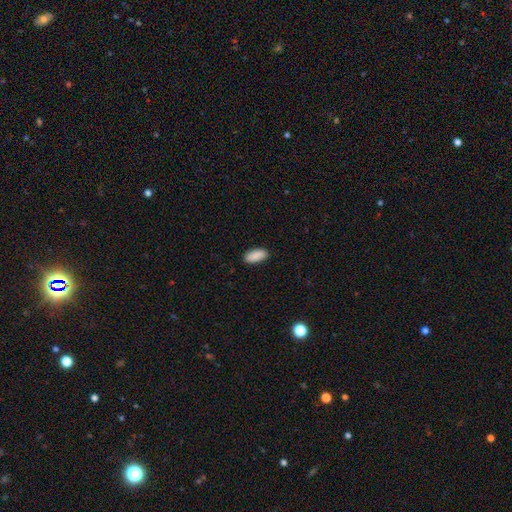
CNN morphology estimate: smooth 91%, star or artifact 6%, featured or disk 3%. Down the decision tree: how rounded — in between (89%); merging — none (89%).